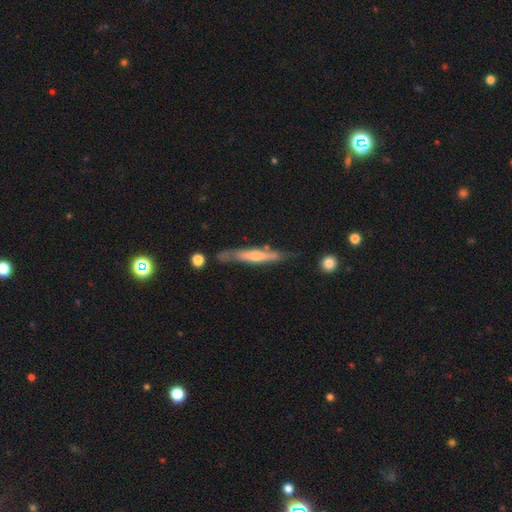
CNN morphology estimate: This is possibly a featured or disk galaxy (55%). It is clearly viewed edge-on (85%). Merging: likely none (67%).